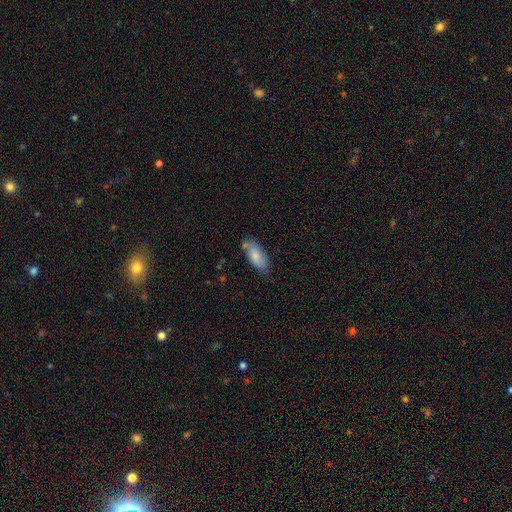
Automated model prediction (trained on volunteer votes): smooth_or_featured: smooth (p=0.78) [alt: featured or disk p=0.16]
how_rounded: in between (p=0.85) [alt: cigar-shaped p=0.13]
merging: none (p=0.69) [alt: minor disturbance p=0.22]